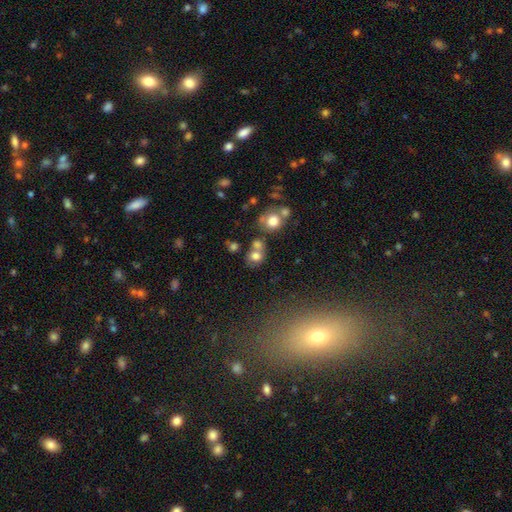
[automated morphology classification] Smooth or featured: smooth — 73% (star or artifact — 15%)
How rounded: round — 68% (in between — 31%)
Merging: none — 45% (merger — 39%)